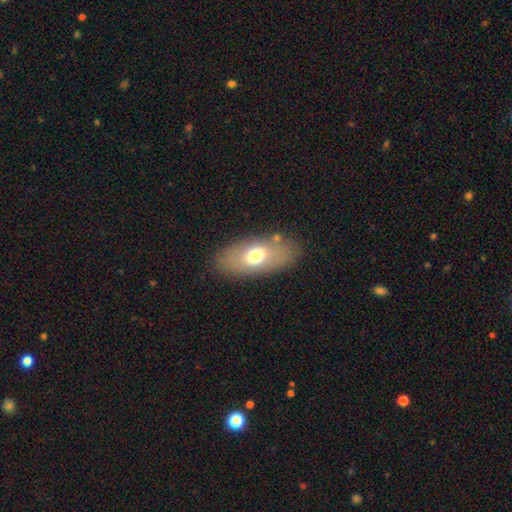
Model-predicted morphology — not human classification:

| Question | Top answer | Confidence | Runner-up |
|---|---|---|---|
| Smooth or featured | smooth | 65% | featured or disk (27%) |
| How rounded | in between | 89% | cigar-shaped (6%) |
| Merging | none | 82% | minor disturbance (11%) |